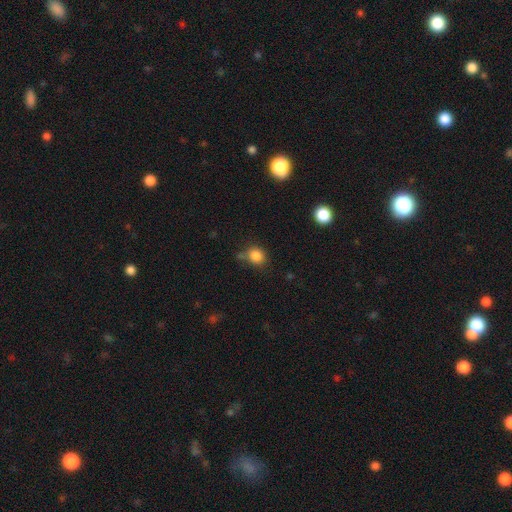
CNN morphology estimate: Overall: smooth (84%). How rounded: round (72%). Merging: none (65%).